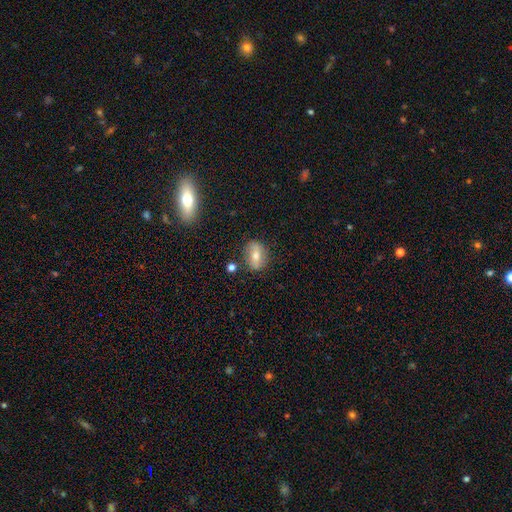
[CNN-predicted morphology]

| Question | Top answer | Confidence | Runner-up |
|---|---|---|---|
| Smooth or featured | smooth | 51% | featured or disk (38%) |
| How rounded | in between | 70% | round (24%) |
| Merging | none | 80% | minor disturbance (14%) |